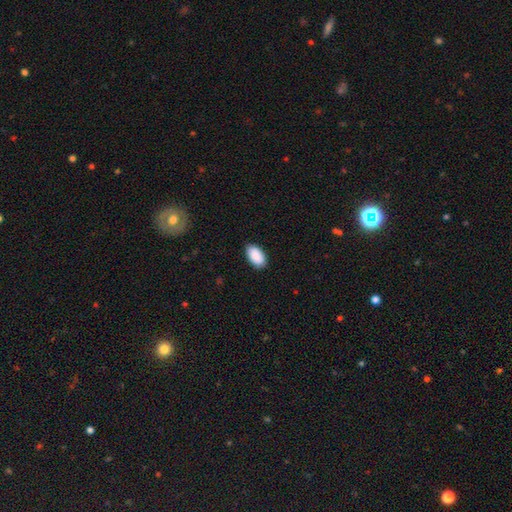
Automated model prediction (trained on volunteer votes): Smooth or featured? smooth (90%)
How rounded? in between (95%)
Merging? none (86%)